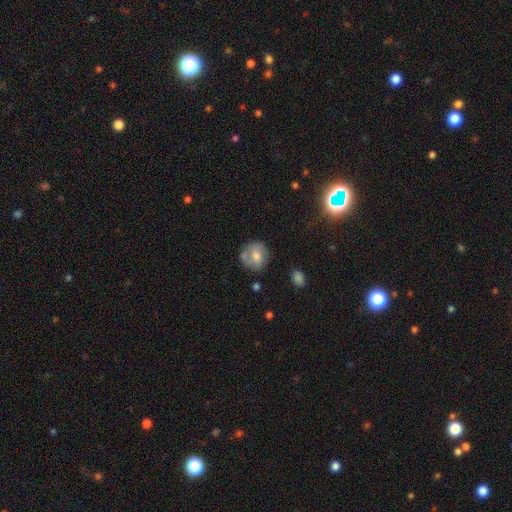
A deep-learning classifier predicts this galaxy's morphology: The model was most divided on "smooth or featured": smooth: 62%, featured or disk: 30%, star or artifact: 8%. More confident: how rounded — round (80%); merging — none (60%).